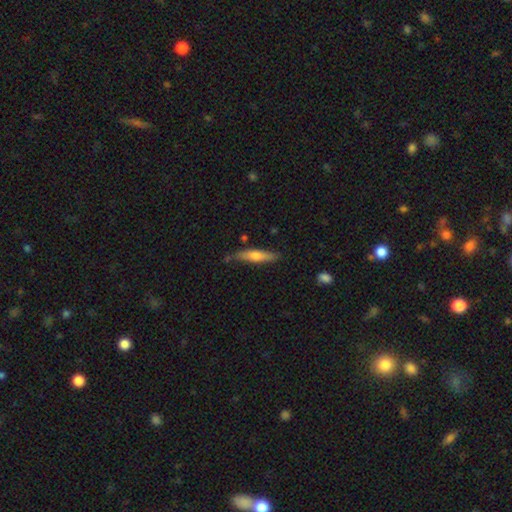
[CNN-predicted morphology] smooth-or-featured: smooth: 54% | featured or disk: 41% | star or artifact: 6%
  how-rounded: cigar-shaped: 83% | in between: 15% | round: 2%
  merging: none: 79% | minor disturbance: 15% | merger: 3% | major disturbance: 3%